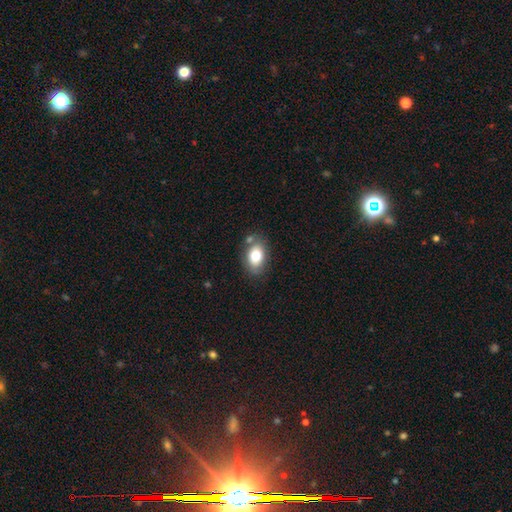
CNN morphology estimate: Smooth or featured? smooth (76%)
How rounded? in between (82%)
Merging? none (71%)